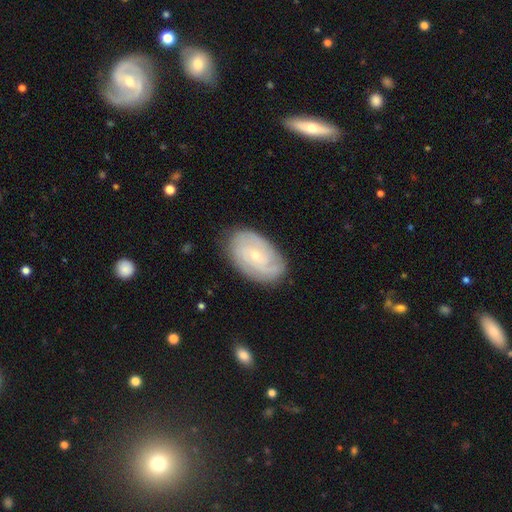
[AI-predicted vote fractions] Smooth or featured?
  - featured or disk: 74% *
  - smooth: 20%
  - star or artifact: 6%
Edge-on disk?
  - no: 96% *
  - yes: 4%
Bar?
  - no: 61% *
  - weak: 33%
  - strong: 6%
Spiral arms?
  - yes: 91% *
  - no: 9%
Spiral winding?
  - tight: 59% *
  - medium: 32%
  - loose: 9%
Spiral arm count?
  - can't tell: 36% *
  - 2: 29%
  - 3: 19%
  - 4: 8%
  - 1: 5%
  - more than 4: 4%
Bulge size?
  - small: 74% *
  - moderate: 23%
  - none: 2%
  - large: 1%
  - dominant: 1%
Merging?
  - none: 80% *
  - minor disturbance: 15%
  - major disturbance: 4%
  - merger: 1%